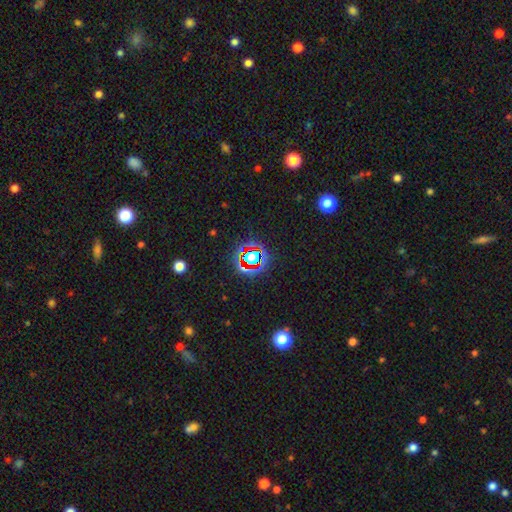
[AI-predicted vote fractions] smooth-or-featured: star or artifact: 69% | smooth: 20% | featured or disk: 11%